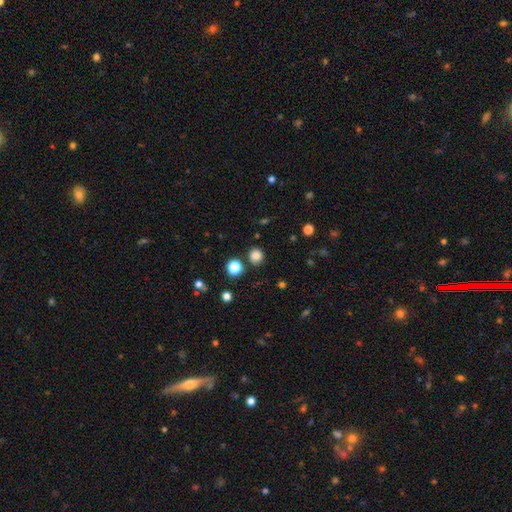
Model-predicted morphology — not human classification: smooth-or-featured: smooth: 82% | star or artifact: 14% | featured or disk: 4%
  how-rounded: round: 90% | in between: 9% | cigar-shaped: 1%
  merging: none: 86% | minor disturbance: 7% | merger: 4% | major disturbance: 3%